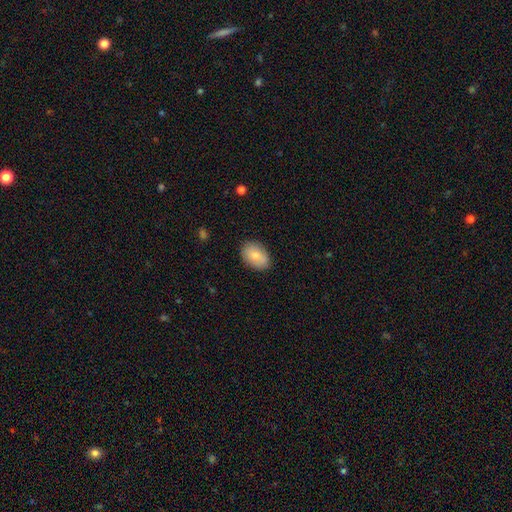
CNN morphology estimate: Smooth or featured: smooth — 81% (featured or disk — 13%)
How rounded: in between — 86% (round — 13%)
Merging: none — 85% (minor disturbance — 11%)